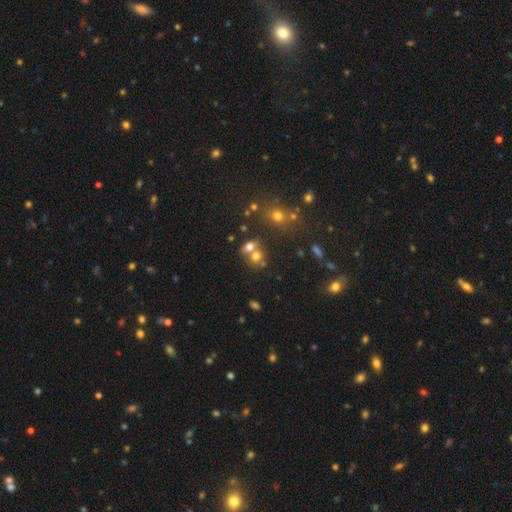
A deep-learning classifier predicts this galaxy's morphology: smooth 69%, star or artifact 17%, featured or disk 14%. Down the decision tree: how rounded — round (65%); merging — merger (49%).